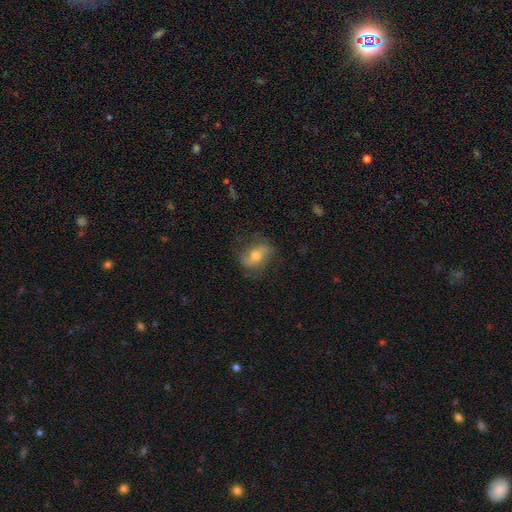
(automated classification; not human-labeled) Overall: featured or disk (50%; smooth 40%). Edge-on disk: no (94%). Merging: none (65%).